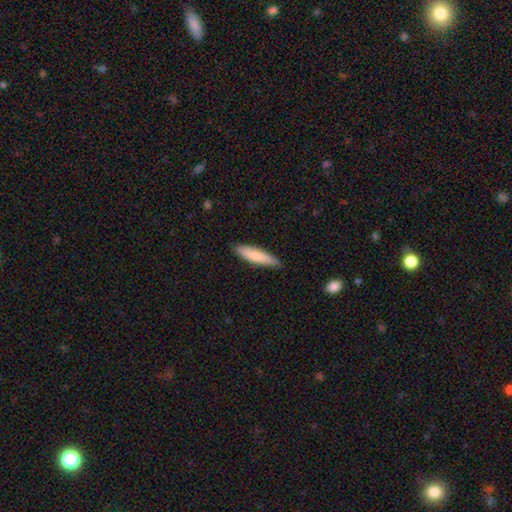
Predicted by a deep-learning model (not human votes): Smooth or featured? Predicted: smooth (p=0.80). How rounded? Predicted: cigar-shaped (p=0.80). Merging? Predicted: none (p=0.85).